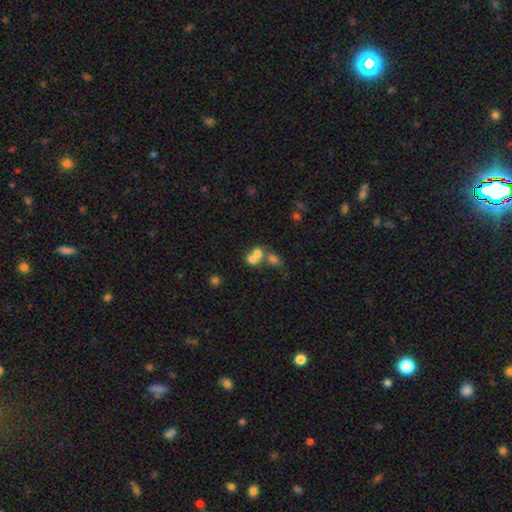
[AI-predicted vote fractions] A smooth galaxy with no disk features (63%) that is round (56%).

Vote fractions:
- Smooth or featured? smooth: 63% / featured or disk: 24% / star or artifact: 14%
- How rounded? round: 56% / in between: 42% / cigar-shaped: 1%
- Merging? merger: 69% / none: 21% / minor disturbance: 6% / major disturbance: 5%